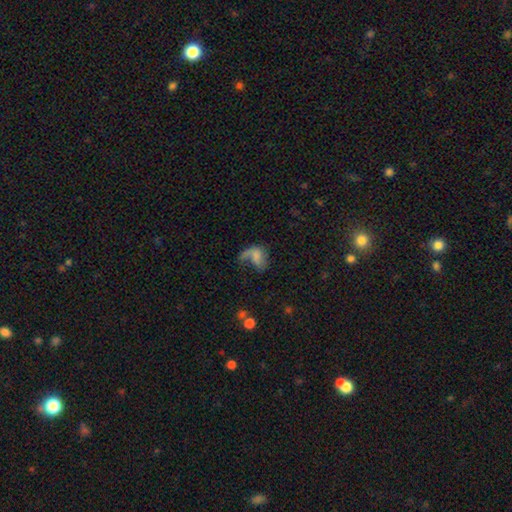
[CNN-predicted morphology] This appears to be a smooth galaxy with no disk features (51%) that is in between round and cigar-shaped (82%). Merging: major disturbance (49%).